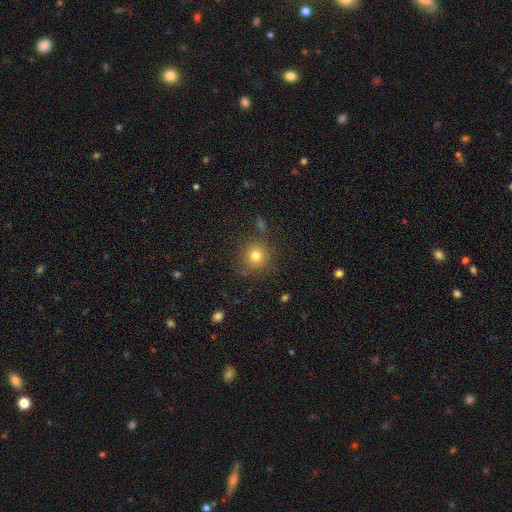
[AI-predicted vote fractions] This is likely a smooth galaxy (78%). How rounded: clearly round (93%). Merging: clearly none (82%).